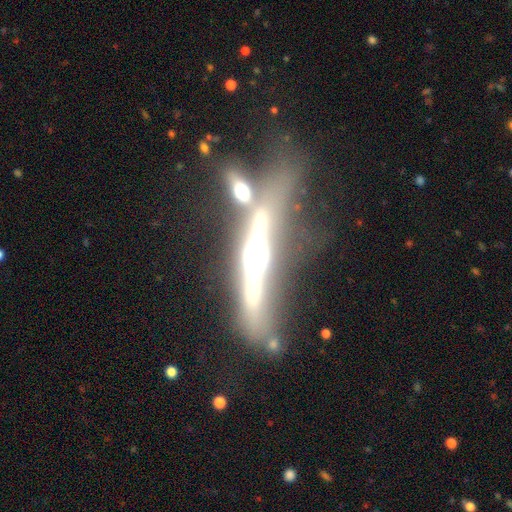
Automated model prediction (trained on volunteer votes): Smooth or featured?
  - featured or disk: 78% *
  - smooth: 12%
  - star or artifact: 10%
Edge-on disk?
  - yes: 92% *
  - no: 8%
Edge-on bulge?
  - rounded: 79% *
  - boxy: 15%
  - none: 6%
Merging?
  - none: 48% *
  - merger: 25%
  - minor disturbance: 15%
  - major disturbance: 13%